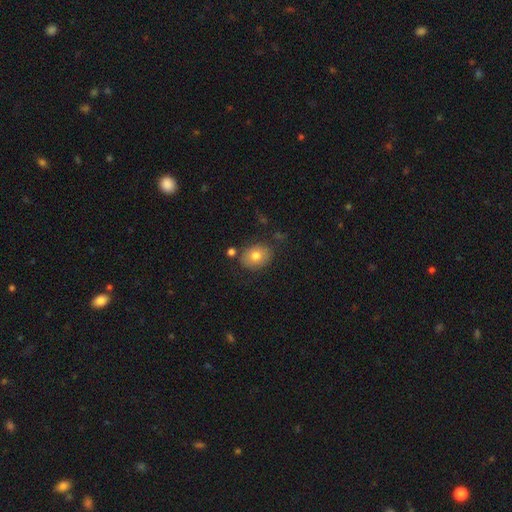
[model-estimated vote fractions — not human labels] Q: Smooth or featured?
A: smooth (78%); runner-up: featured or disk (14%)
Q: How rounded?
A: in between (57%); runner-up: round (42%)
Q: Merging?
A: none (80%); runner-up: minor disturbance (12%)